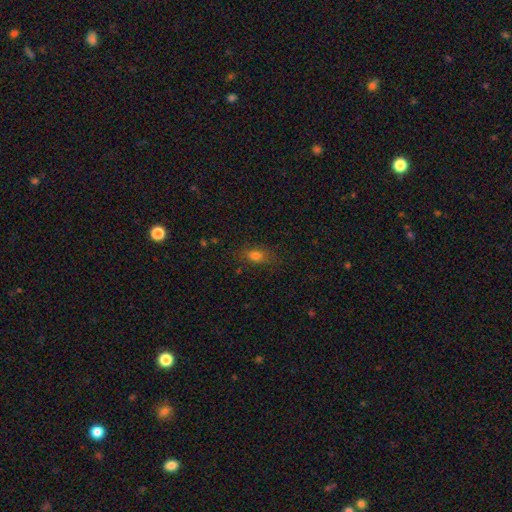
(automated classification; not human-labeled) A smooth galaxy with no disk features (74%) that is in between round and cigar-shaped (73%).

Vote fractions:
- Smooth or featured? smooth: 74% / star or artifact: 15% / featured or disk: 10%
- How rounded? in between: 73% / round: 17% / cigar-shaped: 9%
- Merging? none: 74% / minor disturbance: 17% / major disturbance: 7% / merger: 2%